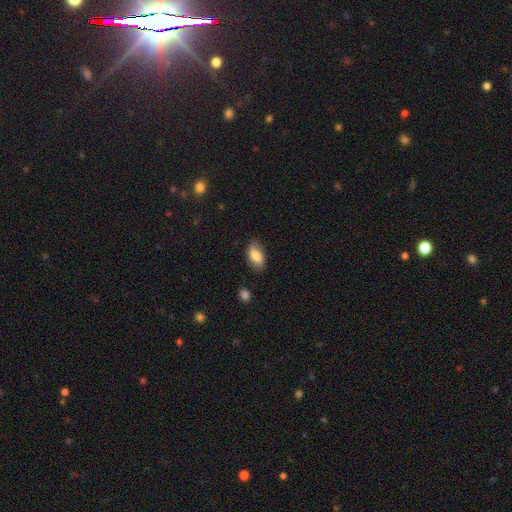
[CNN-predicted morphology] This appears to be a smooth galaxy with no disk features (80%) that is in between round and cigar-shaped (92%). Merging: none (79%).